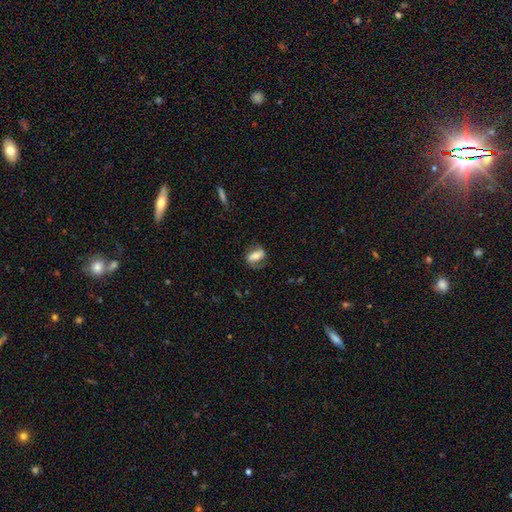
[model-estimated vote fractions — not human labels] This appears to be a featured or disk galaxy (49%). Merging: none (63%).